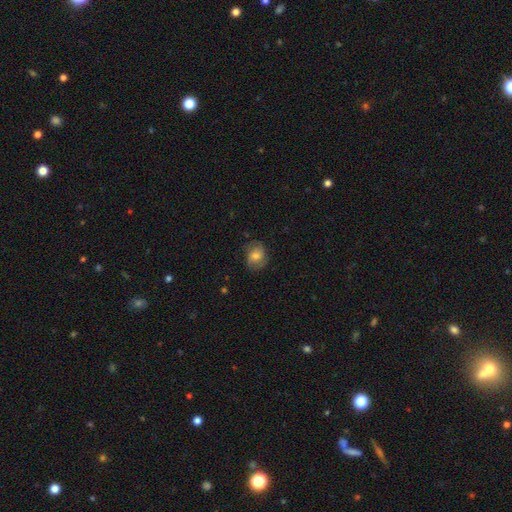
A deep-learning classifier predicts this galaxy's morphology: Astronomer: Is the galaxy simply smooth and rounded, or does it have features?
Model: smooth — 55% (runner-up: featured or disk, 37%).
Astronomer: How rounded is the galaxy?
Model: in between — 50% (runner-up: round, 49%).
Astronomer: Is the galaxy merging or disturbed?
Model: none — 69%.